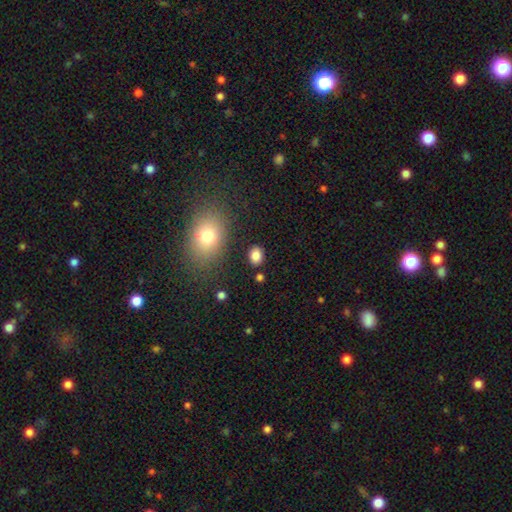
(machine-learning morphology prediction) This appears to be a smooth galaxy with no disk features (84%) that is in between round and cigar-shaped (68%). Merging: none (84%).